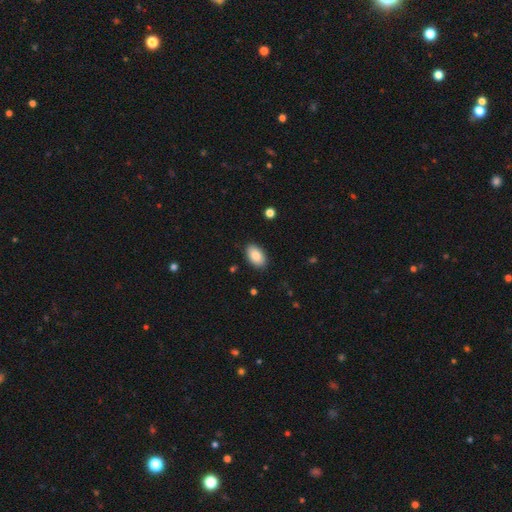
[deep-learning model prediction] This appears to be a smooth galaxy with no disk features (86%) that is in between round and cigar-shaped (94%). Merging: none (87%).